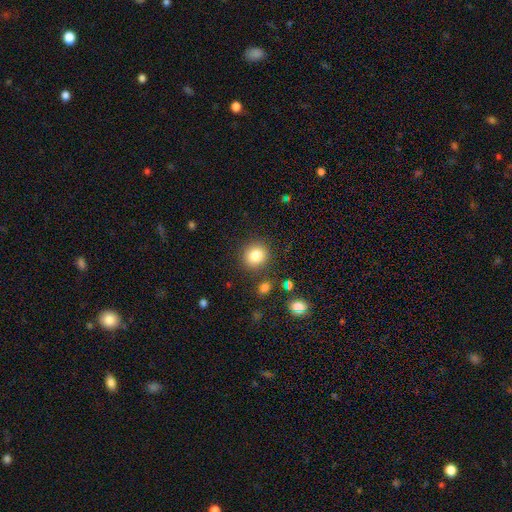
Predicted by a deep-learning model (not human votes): Smooth or featured: smooth — 84% (star or artifact — 10%)
How rounded: round — 85% (in between — 14%)
Merging: none — 84% (minor disturbance — 9%)